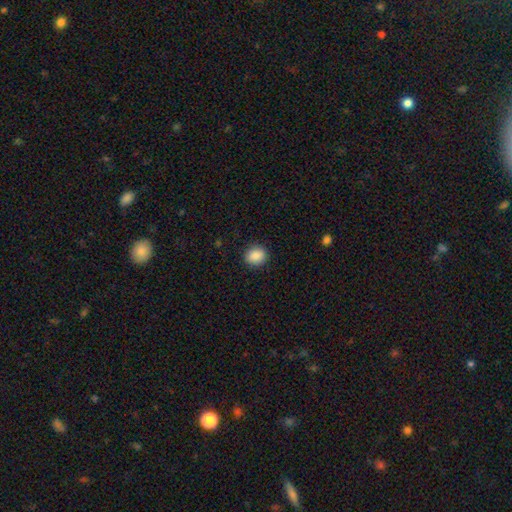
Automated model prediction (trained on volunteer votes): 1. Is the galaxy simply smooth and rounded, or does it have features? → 89% smooth, 8% star or artifact, 3% featured or disk.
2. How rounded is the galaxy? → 66% round, 33% in between, 1% cigar-shaped.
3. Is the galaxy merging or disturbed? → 90% none, 7% minor disturbance, 2% major disturbance, 1% merger.